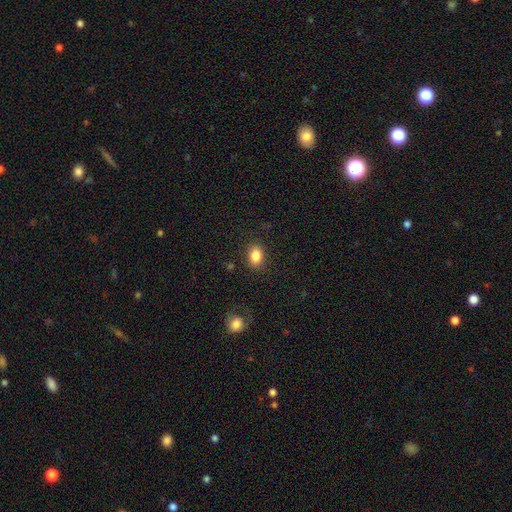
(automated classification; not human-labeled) Smooth or featured: smooth — 85% (star or artifact — 9%)
How rounded: in between — 79% (round — 20%)
Merging: none — 86% (minor disturbance — 10%)